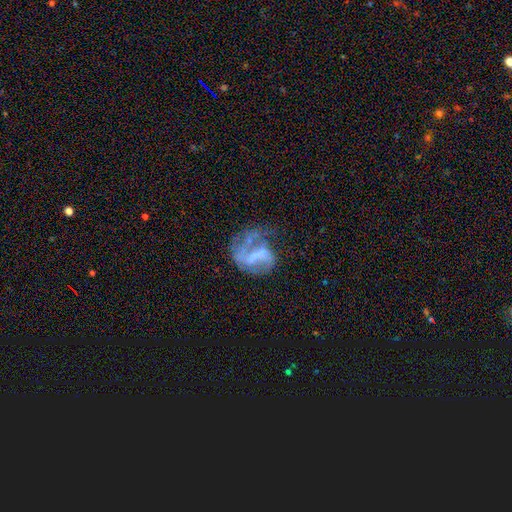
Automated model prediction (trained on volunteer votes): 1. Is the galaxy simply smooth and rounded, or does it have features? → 70% featured or disk, 20% smooth, 10% star or artifact.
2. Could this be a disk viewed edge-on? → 98% no, 2% yes.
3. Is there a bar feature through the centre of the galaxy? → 40% weak, 31% no, 29% strong.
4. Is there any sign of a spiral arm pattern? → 67% yes, 33% no.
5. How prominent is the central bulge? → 55% none, 21% small, 17% moderate, 6% large, 2% dominant.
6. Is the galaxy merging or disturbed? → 41% major disturbance, 32% none, 21% minor disturbance, 6% merger.